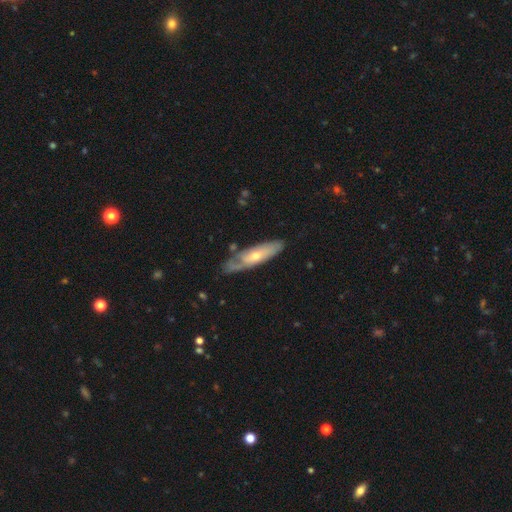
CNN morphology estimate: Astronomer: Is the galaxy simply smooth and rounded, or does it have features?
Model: featured or disk — 58% (runner-up: smooth, 36%).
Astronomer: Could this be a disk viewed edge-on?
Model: no — 62% (runner-up: yes, 38%).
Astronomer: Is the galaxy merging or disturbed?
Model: none — 63%.